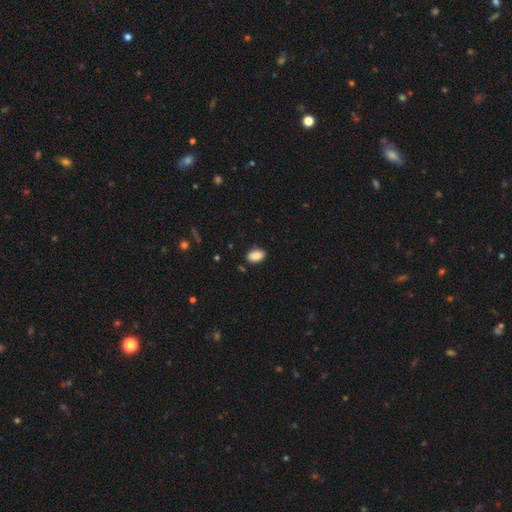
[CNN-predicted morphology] Q: Smooth or featured?
A: smooth (89%); runner-up: star or artifact (7%)
Q: How rounded?
A: in between (91%); runner-up: round (7%)
Q: Merging?
A: none (85%); runner-up: minor disturbance (11%)